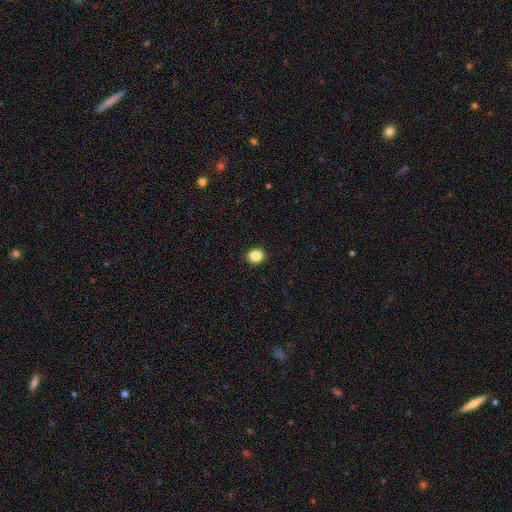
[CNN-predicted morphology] Overall: smooth (86%). How rounded: round (74%). Merging: none (92%).